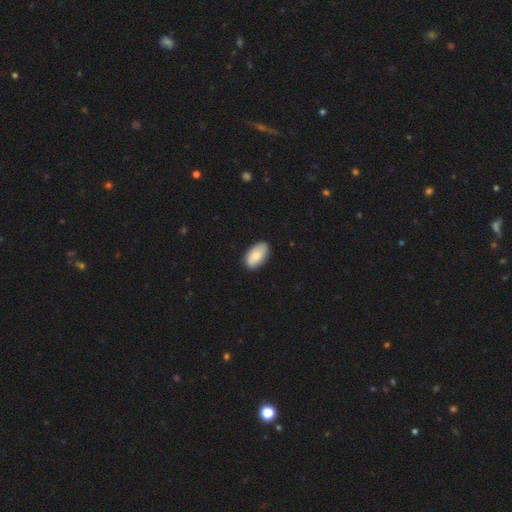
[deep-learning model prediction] This appears to be a smooth galaxy with no disk features (78%) that is in between round and cigar-shaped (94%). Merging: none (84%).